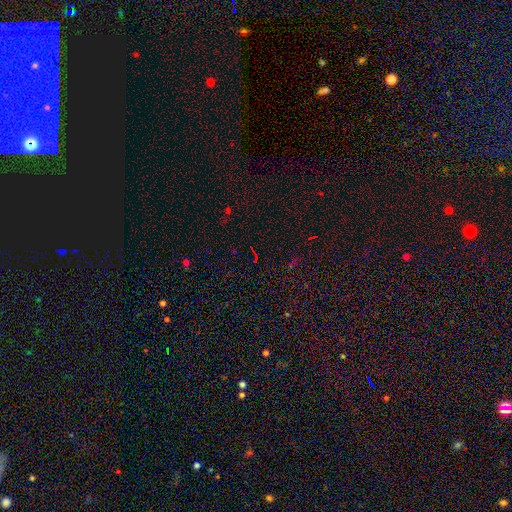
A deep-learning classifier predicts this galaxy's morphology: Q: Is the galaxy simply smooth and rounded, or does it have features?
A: star or artifact — 72%.